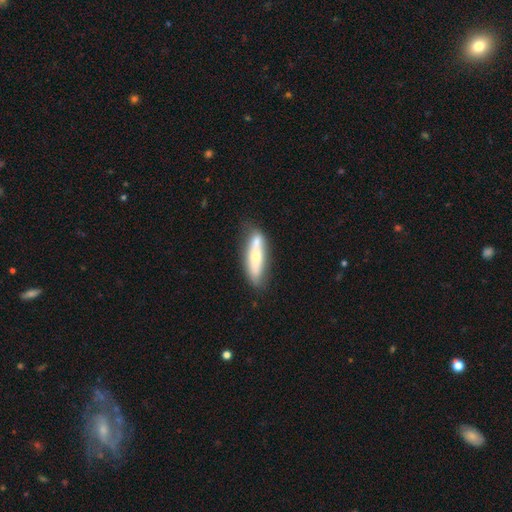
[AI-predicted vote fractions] This is possibly a smooth galaxy (53%). How rounded: likely cigar-shaped (63%). Merging: possibly none (57%).